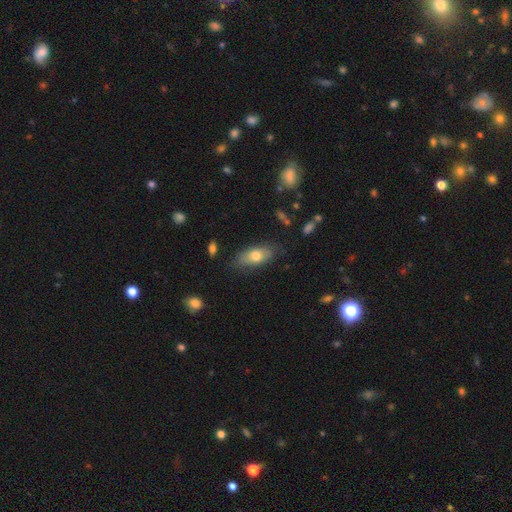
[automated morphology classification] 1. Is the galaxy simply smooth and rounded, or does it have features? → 70% smooth, 23% featured or disk, 7% star or artifact.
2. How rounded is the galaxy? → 82% in between, 13% cigar-shaped, 5% round.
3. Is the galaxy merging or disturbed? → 77% none, 18% minor disturbance, 4% major disturbance, 2% merger.